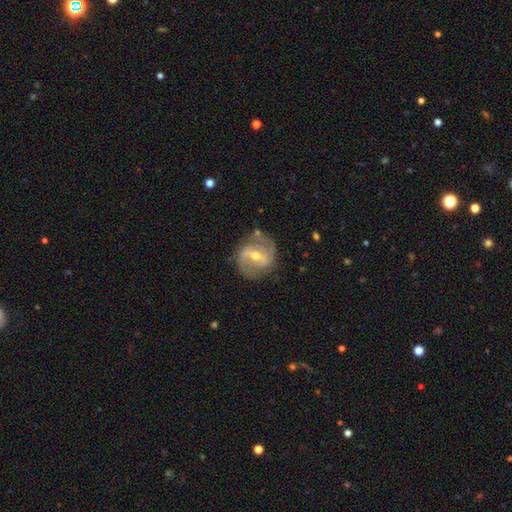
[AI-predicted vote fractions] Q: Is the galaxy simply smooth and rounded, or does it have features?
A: featured or disk — 84%.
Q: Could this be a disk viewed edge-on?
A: no — 97%.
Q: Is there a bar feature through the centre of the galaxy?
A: weak — 49%.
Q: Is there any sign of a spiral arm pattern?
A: yes — 90%.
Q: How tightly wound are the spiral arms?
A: medium — 46%.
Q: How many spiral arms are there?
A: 2 — 78%.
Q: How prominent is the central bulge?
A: moderate — 67%.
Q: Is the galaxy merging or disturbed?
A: none — 73%.